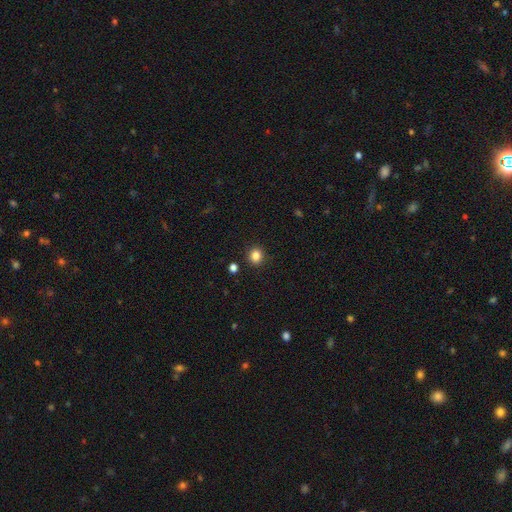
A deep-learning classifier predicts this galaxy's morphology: A smooth galaxy with no disk features (84%) that is round (81%).

Vote fractions:
- Smooth or featured? smooth: 84% / star or artifact: 12% / featured or disk: 5%
- How rounded? round: 81% / in between: 18% / cigar-shaped: 1%
- Merging? none: 90% / minor disturbance: 6% / merger: 2% / major disturbance: 2%